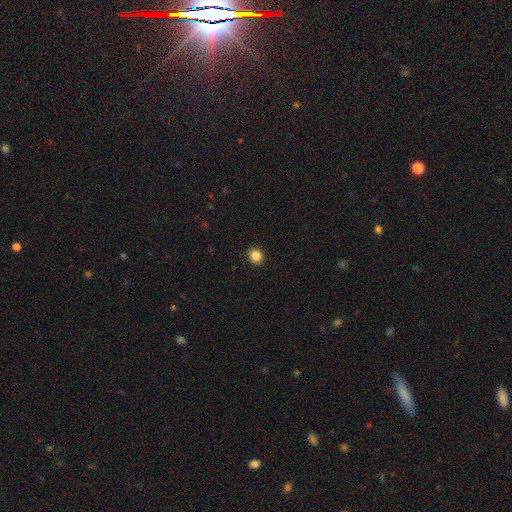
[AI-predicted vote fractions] A smooth galaxy with no disk features (86%) that is round (87%).

Vote fractions:
- Smooth or featured? smooth: 86% / star or artifact: 10% / featured or disk: 3%
- How rounded? round: 87% / in between: 12% / cigar-shaped: 1%
- Merging? none: 93% / minor disturbance: 5% / major disturbance: 2% / merger: 1%